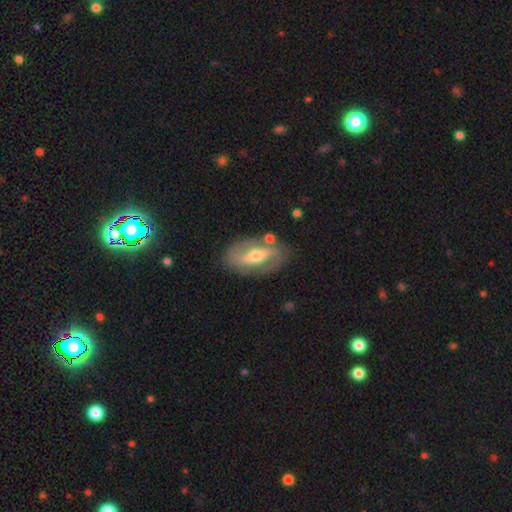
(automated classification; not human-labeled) smooth-or-featured: featured or disk: 76% | smooth: 18% | star or artifact: 6%
  disk-edge-on: no: 91% | yes: 9%
    bar: strong: 49% | weak: 30% | no: 21%
    has-spiral-arms: yes: 76% | no: 24%
      spiral-winding: medium: 44% | tight: 31% | loose: 25%
      spiral-arm-count: 2: 84% | can't tell: 10% | 1: 3% | 3: 1% | 4: 1% | more than 4: 1%
    bulge-size: moderate: 64% | small: 28% | large: 5% | none: 1% | dominant: 1%
  merging: none: 77% | minor disturbance: 14% | major disturbance: 5% | merger: 4%